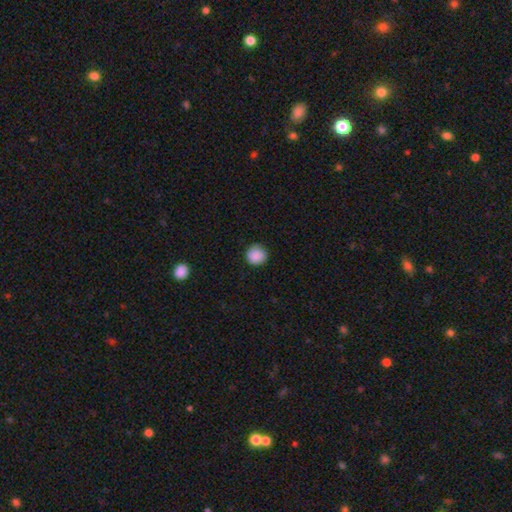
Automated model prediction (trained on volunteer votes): Morphology: type=smooth (89%); roundness=round (94%); merging=none (87%).